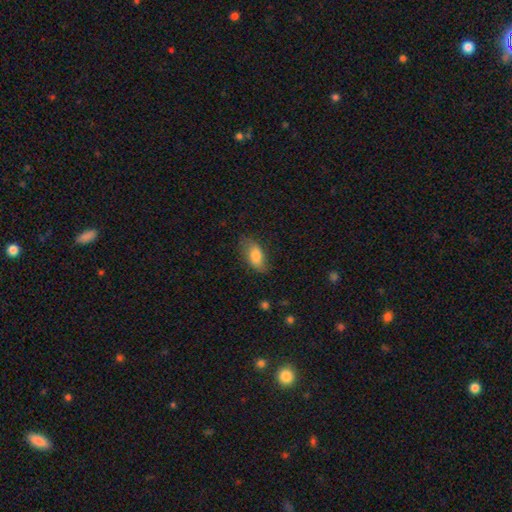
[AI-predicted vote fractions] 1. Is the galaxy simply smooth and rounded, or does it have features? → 78% smooth, 15% featured or disk, 7% star or artifact.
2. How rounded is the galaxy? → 89% in between, 7% cigar-shaped, 4% round.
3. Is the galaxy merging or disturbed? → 71% none, 21% minor disturbance, 6% major disturbance, 1% merger.